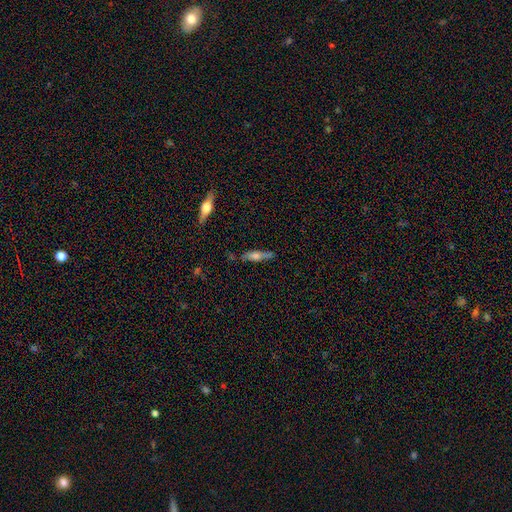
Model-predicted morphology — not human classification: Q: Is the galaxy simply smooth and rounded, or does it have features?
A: featured or disk — 54%.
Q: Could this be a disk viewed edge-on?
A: yes — 91%.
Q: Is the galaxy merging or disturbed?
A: none — 75%.